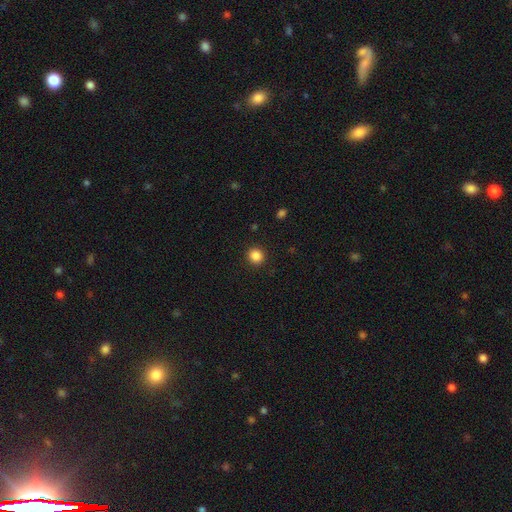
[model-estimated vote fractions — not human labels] smooth-or-featured: smooth: 86% | star or artifact: 11% | featured or disk: 3%
  how-rounded: round: 91% | in between: 8% | cigar-shaped: 1%
  merging: none: 92% | minor disturbance: 5% | major disturbance: 2% | merger: 1%